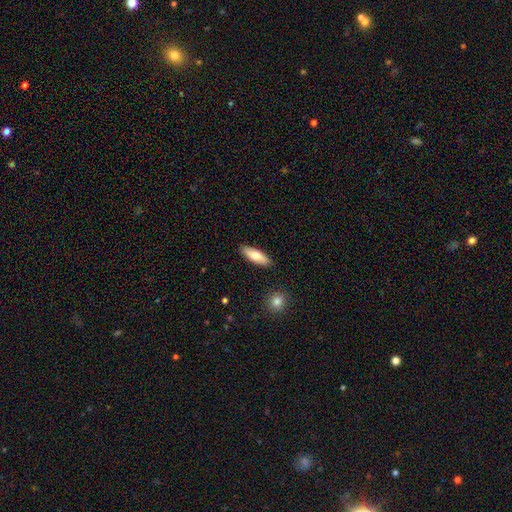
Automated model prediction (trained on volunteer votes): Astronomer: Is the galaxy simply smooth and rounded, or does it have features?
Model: smooth — 73%.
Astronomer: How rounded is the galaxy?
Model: in between — 63%.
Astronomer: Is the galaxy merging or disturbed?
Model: none — 88%.